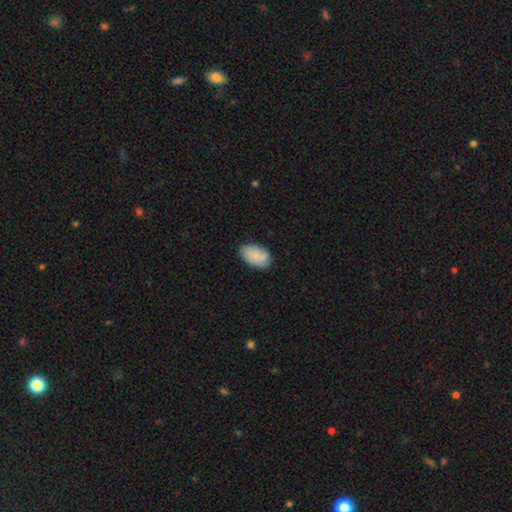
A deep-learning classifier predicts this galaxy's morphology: type=smooth (80%); roundness=in between (93%); merging=none (74%).